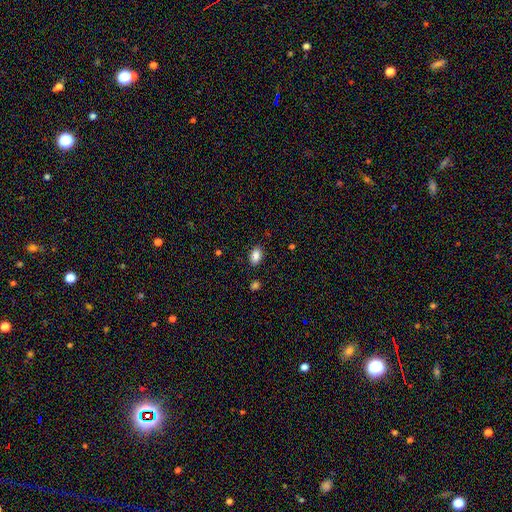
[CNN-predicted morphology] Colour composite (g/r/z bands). It shows a smooth galaxy with no disk features (87%) that is in between round and cigar-shaped (90%). Merging: none (86%).